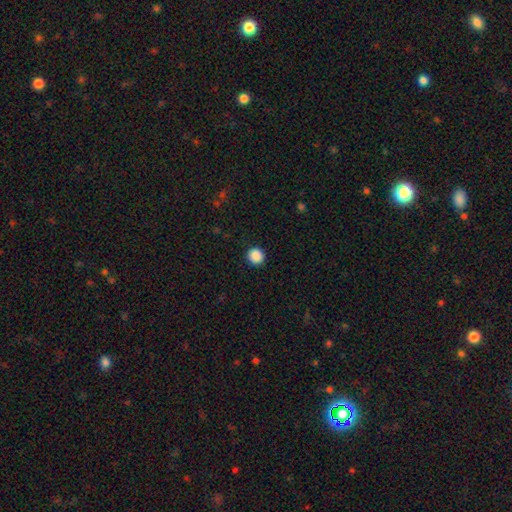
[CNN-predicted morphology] The model was most divided on "smooth or featured": smooth: 88%, star or artifact: 9%, featured or disk: 2%. More confident: how rounded — round (94%); merging — none (92%).